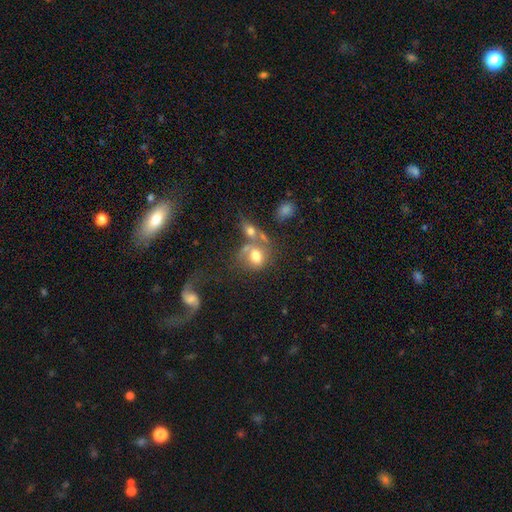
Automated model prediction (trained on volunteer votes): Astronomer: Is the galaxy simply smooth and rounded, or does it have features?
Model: smooth — 64%.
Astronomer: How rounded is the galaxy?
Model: round — 56% (runner-up: in between, 43%).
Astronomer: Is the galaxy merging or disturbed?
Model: merger — 45% (runner-up: none, 29%).